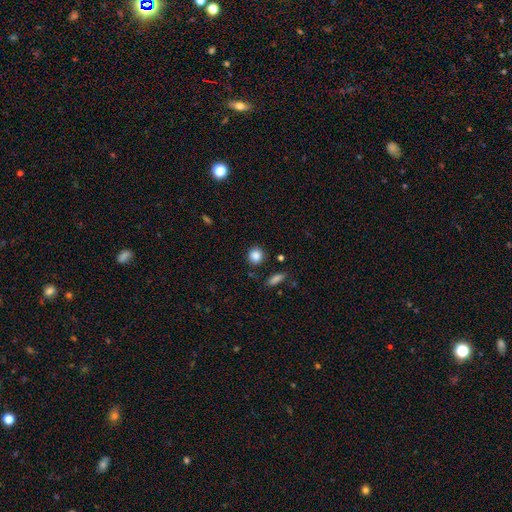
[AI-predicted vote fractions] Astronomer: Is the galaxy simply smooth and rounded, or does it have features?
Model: smooth — 87%.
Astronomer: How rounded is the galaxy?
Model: round — 86%.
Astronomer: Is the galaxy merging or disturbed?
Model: none — 85%.